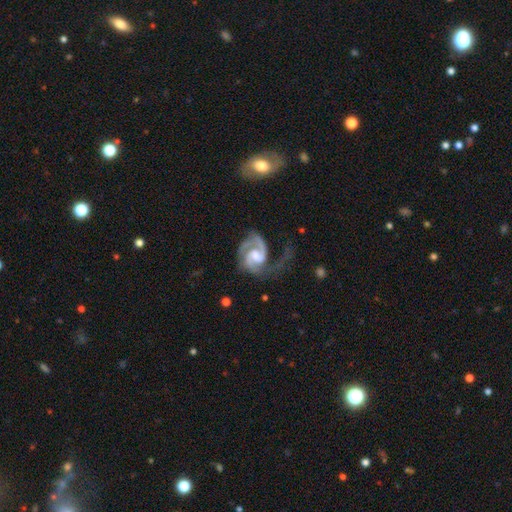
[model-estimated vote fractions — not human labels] Smooth or featured?
  - featured or disk: 91% *
  - smooth: 5%
  - star or artifact: 4%
Edge-on disk?
  - no: 98% *
  - yes: 2%
Bar?
  - weak: 49% *
  - no: 38%
  - strong: 13%
Spiral arms?
  - yes: 98% *
  - no: 2%
Spiral winding?
  - medium: 51% *
  - tight: 34%
  - loose: 15%
Spiral arm count?
  - 2: 72% *
  - 3: 12%
  - 1: 7%
  - can't tell: 5%
  - 4: 2%
  - more than 4: 2%
Bulge size?
  - moderate: 47% *
  - small: 24%
  - large: 14%
  - none: 13%
  - dominant: 2%
Merging?
  - none: 44% *
  - major disturbance: 31%
  - minor disturbance: 23%
  - merger: 3%